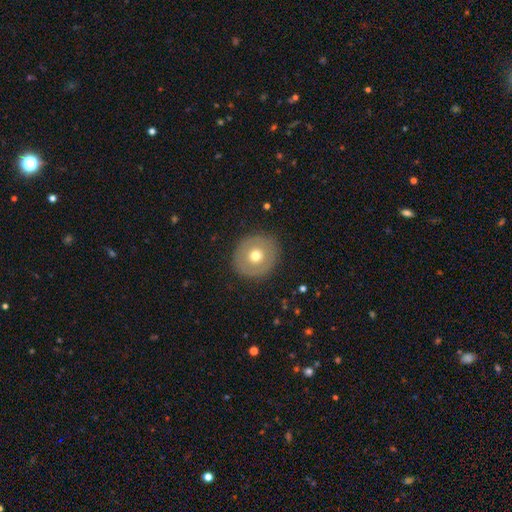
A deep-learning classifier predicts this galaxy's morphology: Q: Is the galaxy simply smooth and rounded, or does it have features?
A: smooth — 59%.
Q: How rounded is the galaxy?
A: round — 87%.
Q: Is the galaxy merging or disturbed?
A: none — 88%.